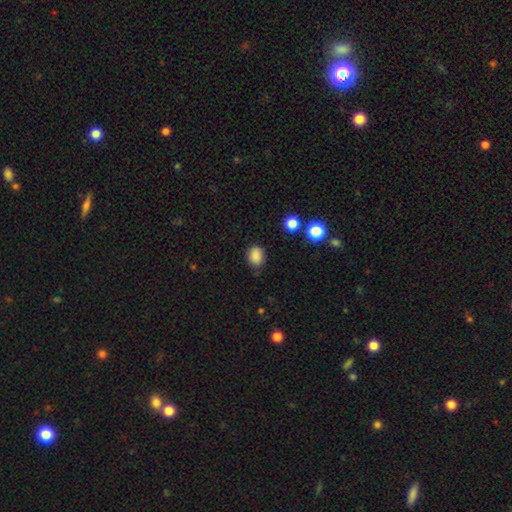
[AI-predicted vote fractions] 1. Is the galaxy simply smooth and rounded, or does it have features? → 86% smooth, 11% star or artifact, 4% featured or disk.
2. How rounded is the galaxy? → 57% in between, 42% round, 1% cigar-shaped.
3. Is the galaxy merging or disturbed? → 77% none, 18% minor disturbance, 4% major disturbance, 2% merger.